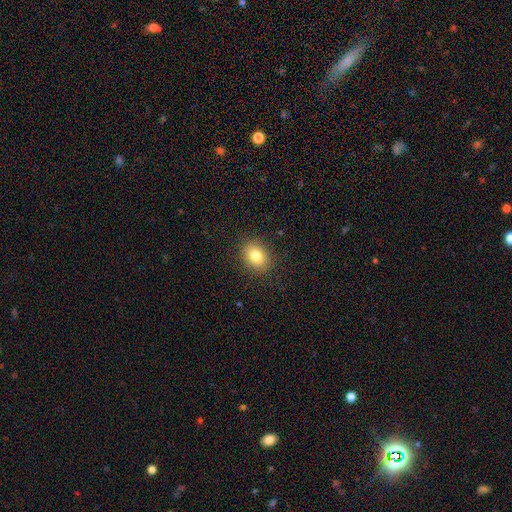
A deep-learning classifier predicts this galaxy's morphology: smooth_or_featured: smooth (p=0.80) [alt: star or artifact p=0.11]
how_rounded: in between (p=0.53) [alt: round p=0.46]
merging: none (p=0.89) [alt: minor disturbance p=0.08]